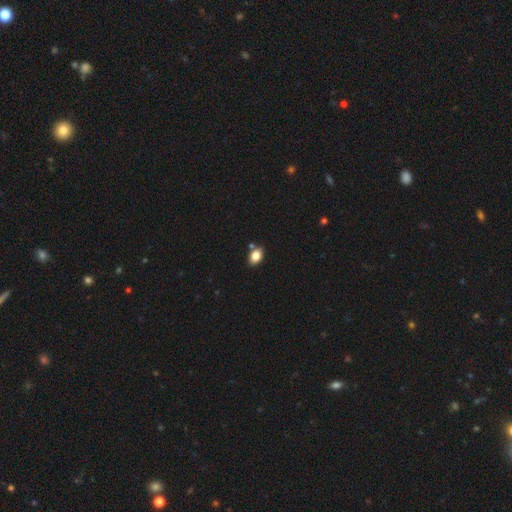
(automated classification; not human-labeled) This is clearly a smooth galaxy (84%). How rounded: clearly in between (82%). Merging: likely none (79%).